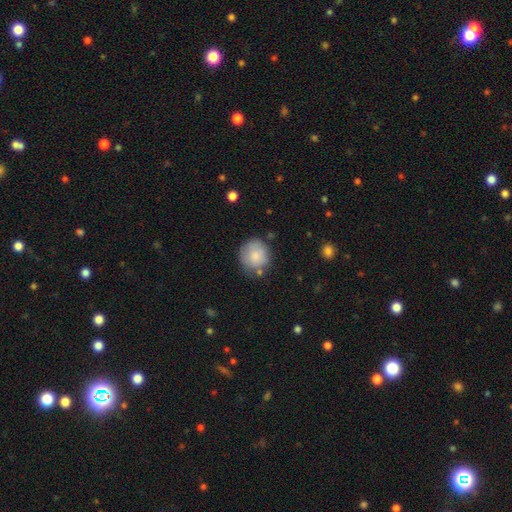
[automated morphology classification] Overall: smooth (80%). How rounded: round (87%). Merging: none (69%).